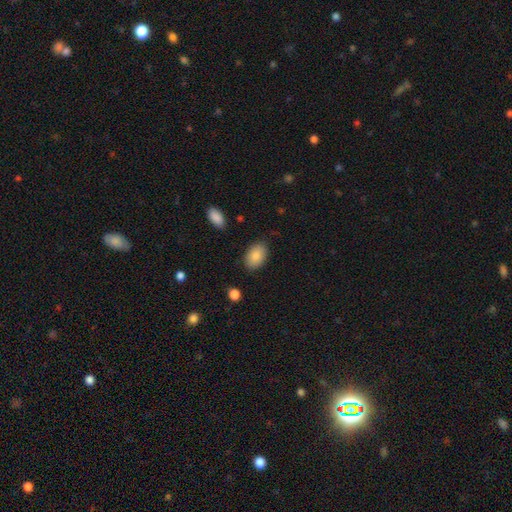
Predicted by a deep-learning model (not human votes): Morphology: type=smooth (87%); roundness=in between (89%); merging=none (84%).